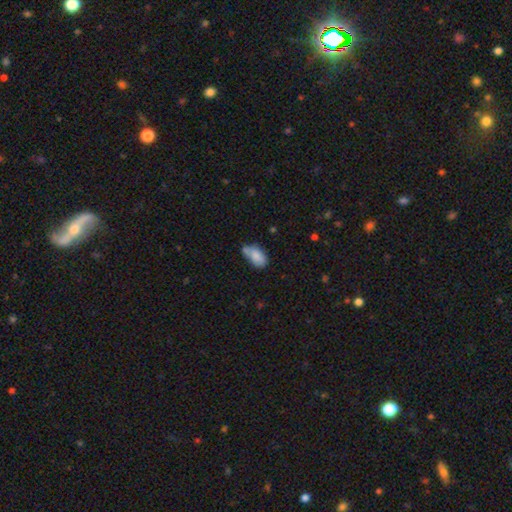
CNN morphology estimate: smooth-or-featured: smooth: 81% | featured or disk: 11% | star or artifact: 8%
  how-rounded: in between: 92% | round: 5% | cigar-shaped: 3%
  merging: none: 43% | minor disturbance: 27% | merger: 22% | major disturbance: 8%